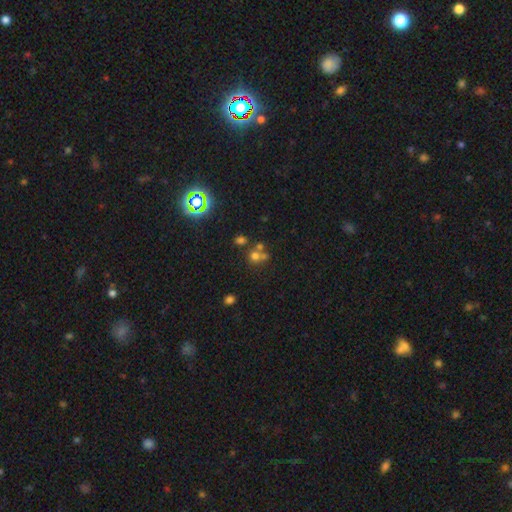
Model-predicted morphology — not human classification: This appears to be a smooth galaxy with no disk features (59%) that is round (83%). Merging: none (46%).